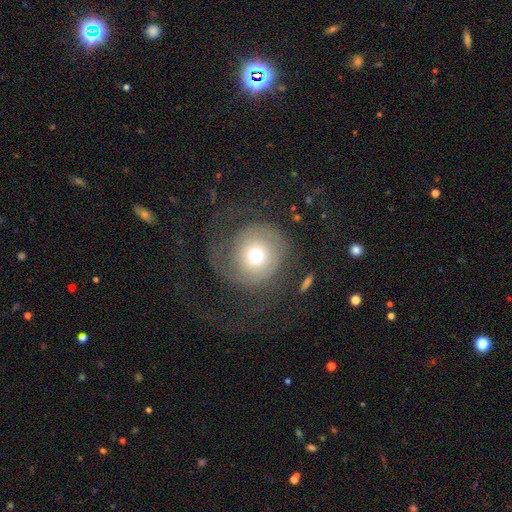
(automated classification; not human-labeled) This is possibly a featured or disk galaxy (50%). It is clearly not viewed edge-on (97%). Merging: possibly none (49%).